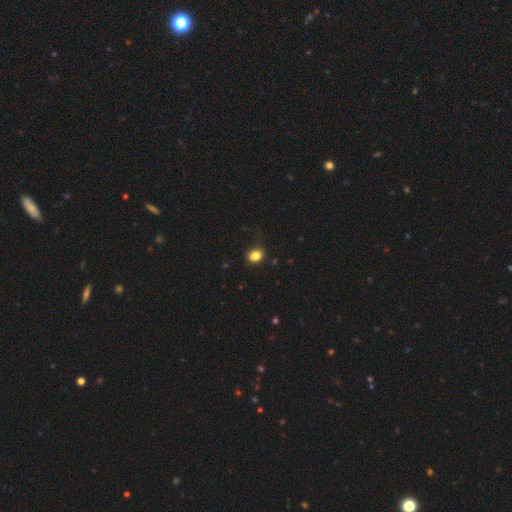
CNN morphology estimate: This is clearly a smooth galaxy (84%). How rounded: possibly in between (51%). Merging: clearly none (83%).